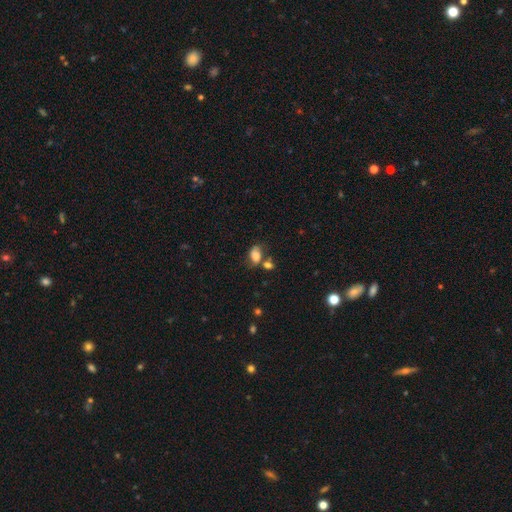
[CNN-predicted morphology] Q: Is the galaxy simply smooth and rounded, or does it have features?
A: smooth — 77%.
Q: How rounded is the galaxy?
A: in between — 81%.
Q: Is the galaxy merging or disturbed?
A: none — 41%.